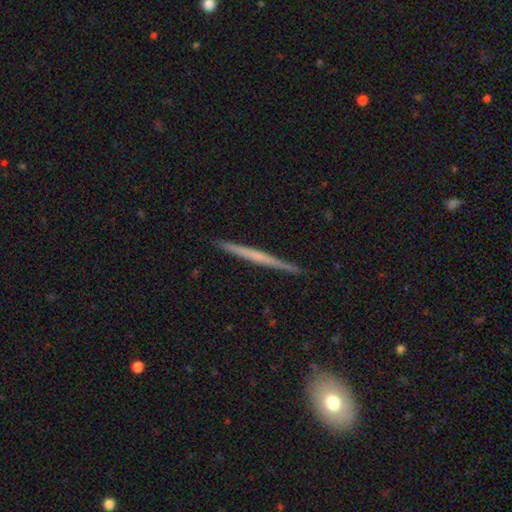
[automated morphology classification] Smooth or featured?
  - featured or disk: 60% *
  - smooth: 34%
  - star or artifact: 6%
Edge-on disk?
  - yes: 98% *
  - no: 2%
Edge-on bulge?
  - none: 78% *
  - rounded: 16%
  - boxy: 6%
Merging?
  - none: 92% *
  - minor disturbance: 6%
  - major disturbance: 1%
  - merger: 1%